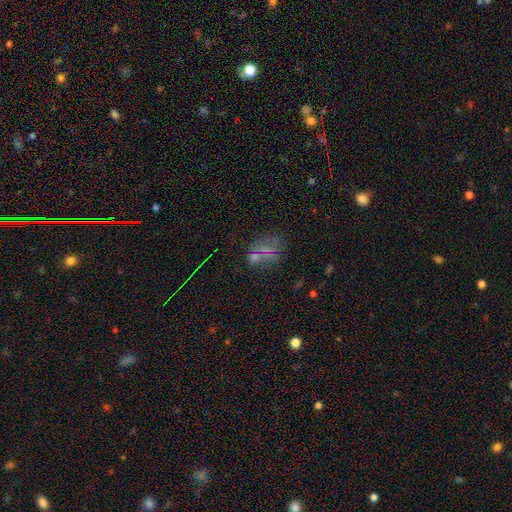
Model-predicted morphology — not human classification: Smooth or featured?
  - smooth: 40% *
  - star or artifact: 39%
  - featured or disk: 21%
Merging?
  - none: 56% *
  - minor disturbance: 17%
  - major disturbance: 14%
  - merger: 13%